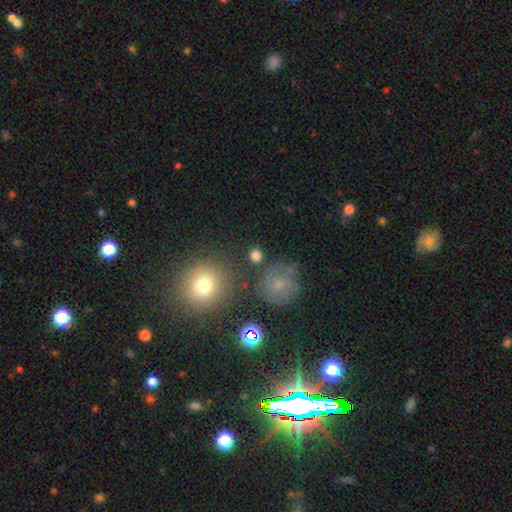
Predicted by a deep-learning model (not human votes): Smooth or featured? Predicted: smooth (p=0.78). How rounded? Predicted: round (p=0.83). Merging? Predicted: none (p=0.79).